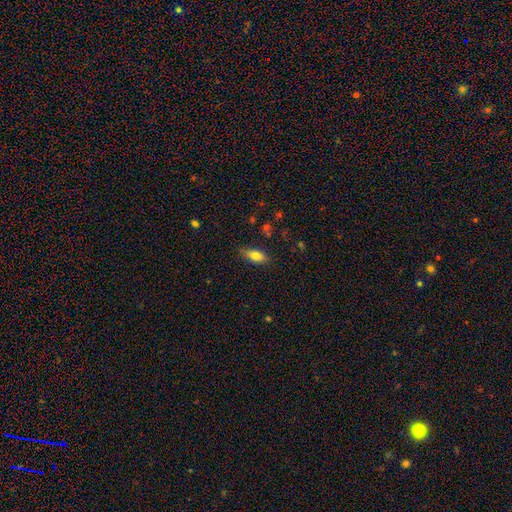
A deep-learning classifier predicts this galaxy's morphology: This appears to be a smooth galaxy with no disk features (75%) that is in between round and cigar-shaped (79%). Merging: none (81%).